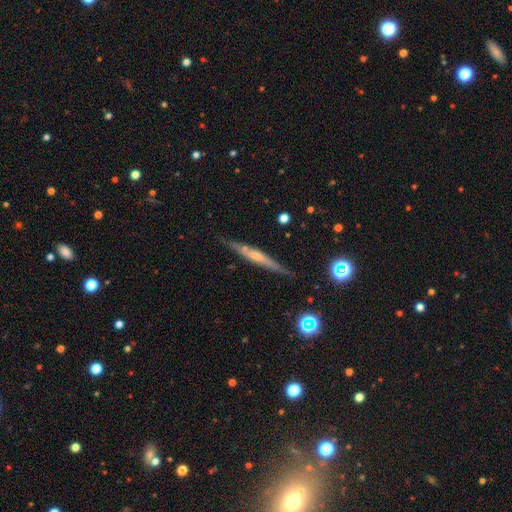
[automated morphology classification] Q: Smooth or featured?
A: featured or disk (72%); runner-up: smooth (19%)
Q: Edge-on disk?
A: yes (97%); runner-up: no (3%)
Q: Edge-on bulge?
A: rounded (72%); runner-up: none (21%)
Q: Merging?
A: none (88%); runner-up: minor disturbance (9%)